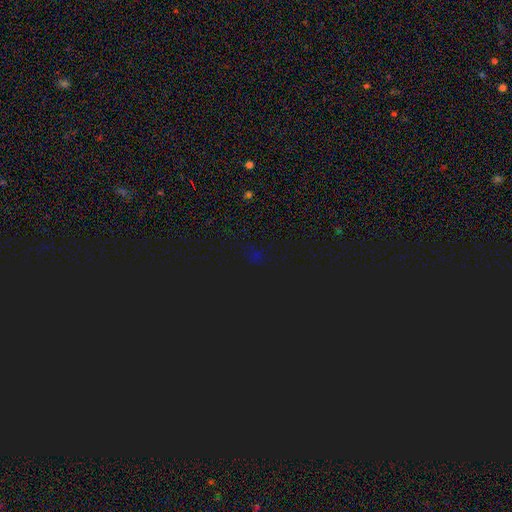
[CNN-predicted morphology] This is likely a star or artifact rather than a galaxy (75%).